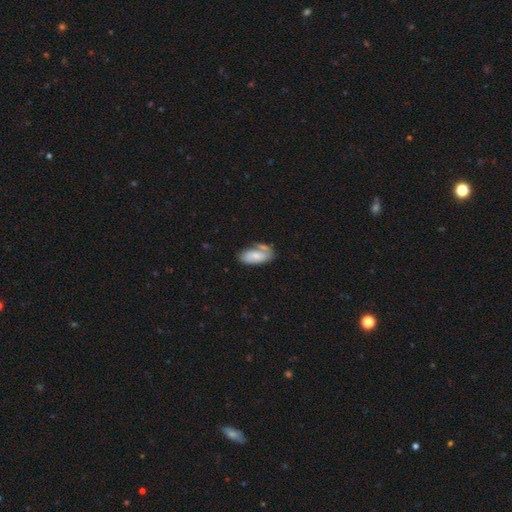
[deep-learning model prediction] smooth-or-featured: smooth: 65% | featured or disk: 28% | star or artifact: 7%
  how-rounded: in between: 90% | cigar-shaped: 7% | round: 3%
  merging: none: 47% | minor disturbance: 23% | merger: 19% | major disturbance: 11%